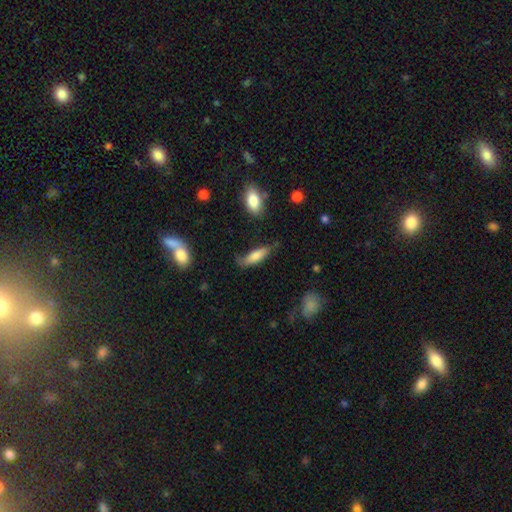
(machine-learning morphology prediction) smooth_or_featured: smooth (p=0.76) [alt: featured or disk p=0.18]
how_rounded: in between (p=0.54) [alt: cigar-shaped p=0.43]
merging: none (p=0.53) [alt: minor disturbance p=0.33]